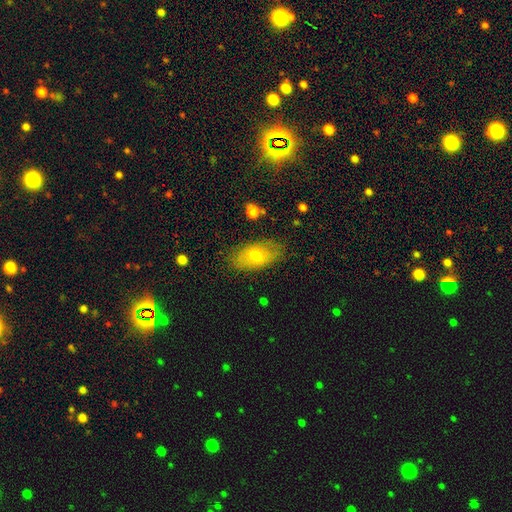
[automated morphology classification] Q: Smooth or featured?
A: smooth (67%); runner-up: featured or disk (26%)
Q: How rounded?
A: in between (92%); runner-up: round (5%)
Q: Merging?
A: none (77%); runner-up: minor disturbance (16%)